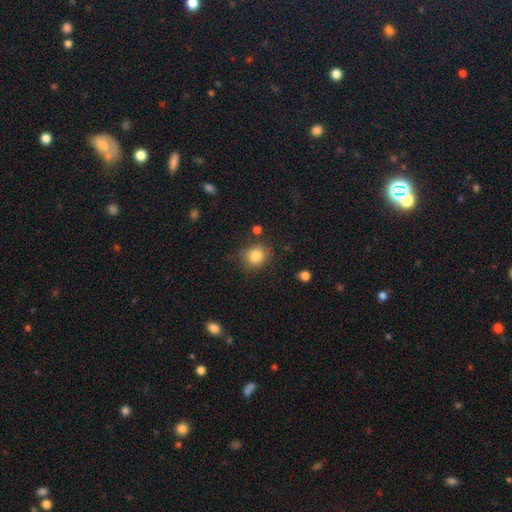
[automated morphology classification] type=smooth (84%); roundness=round (79%); merging=none (79%).